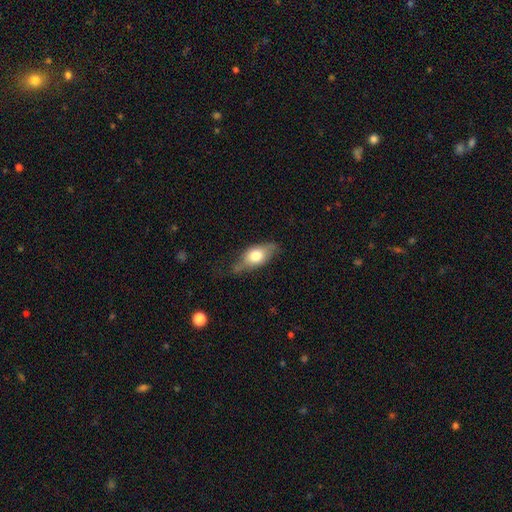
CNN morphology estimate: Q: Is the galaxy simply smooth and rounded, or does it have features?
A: smooth — 65%.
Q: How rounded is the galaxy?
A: in between — 82%.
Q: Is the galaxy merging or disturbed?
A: none — 56%.